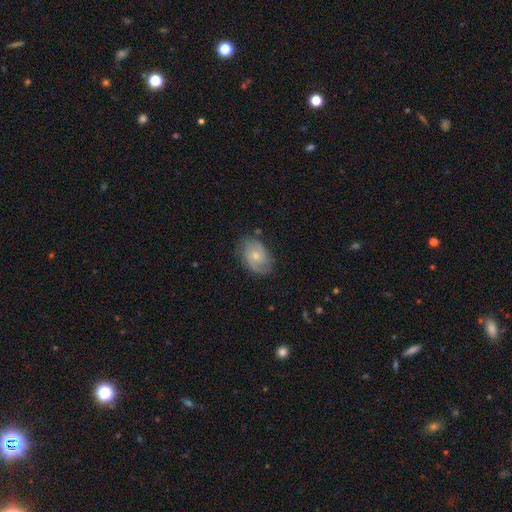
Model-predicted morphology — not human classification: A featured or disk galaxy (58%) with no bar (71%), spiral arms (87%) and a small central bulge (53%).

Vote fractions:
- Smooth or featured? featured or disk: 58% / smooth: 35% / star or artifact: 7%
- Edge-on disk? no: 96% / yes: 4%
- Bar? no: 71% / weak: 26% / strong: 3%
- Spiral arms? yes: 87% / no: 13%
- Bulge size? small: 53% / moderate: 40% / none: 3% / large: 2% / dominant: 1%
- Merging? none: 72% / minor disturbance: 20% / major disturbance: 6% / merger: 2%